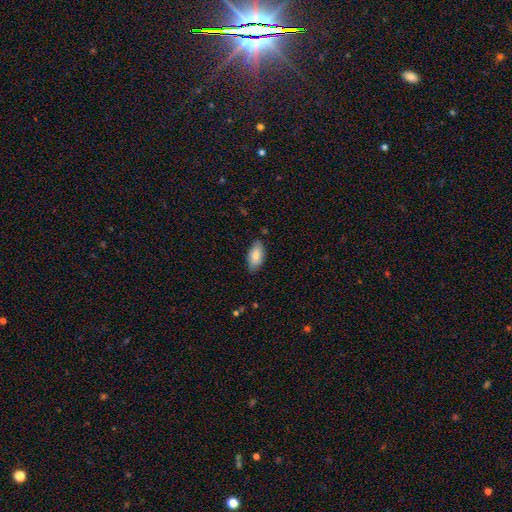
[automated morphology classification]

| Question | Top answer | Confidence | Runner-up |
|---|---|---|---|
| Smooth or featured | smooth | 83% | featured or disk (11%) |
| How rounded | in between | 92% | cigar-shaped (5%) |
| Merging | none | 78% | minor disturbance (18%) |